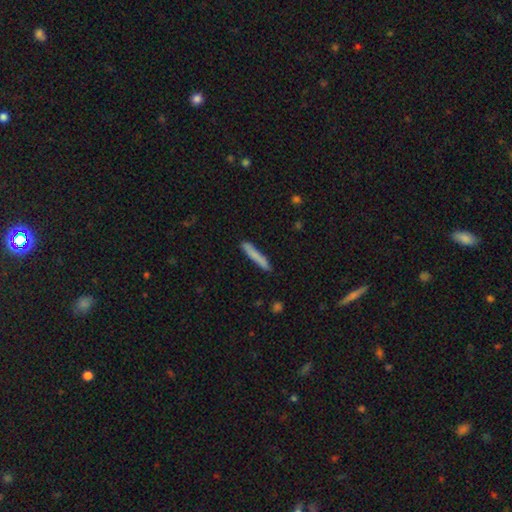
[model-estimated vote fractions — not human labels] Q: Smooth or featured?
A: smooth (77%); runner-up: featured or disk (17%)
Q: How rounded?
A: cigar-shaped (95%); runner-up: in between (4%)
Q: Merging?
A: none (85%); runner-up: minor disturbance (11%)